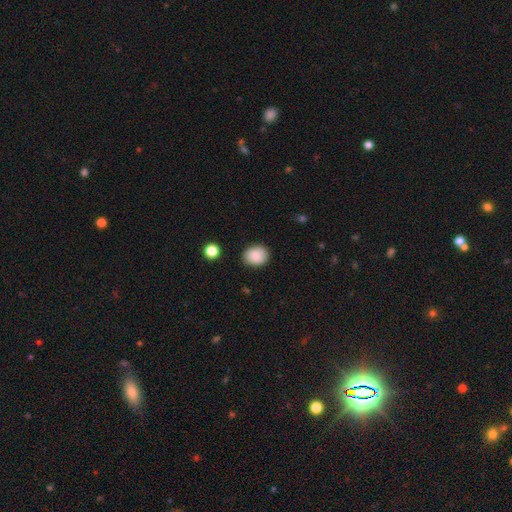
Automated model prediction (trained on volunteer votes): Overall: smooth (86%). How rounded: round (59%; in between 40%). Merging: none (85%).